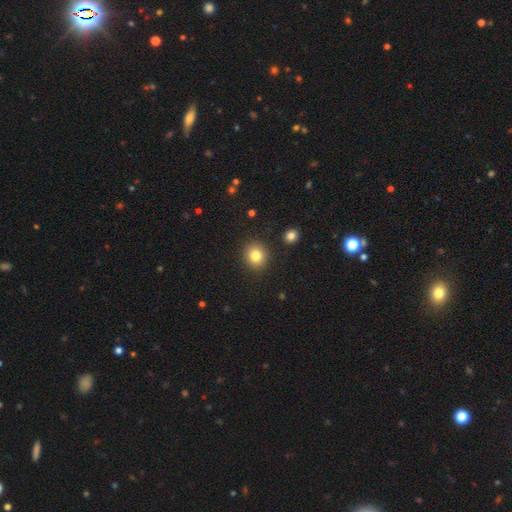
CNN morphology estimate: smooth_or_featured: smooth (p=0.82) [alt: star or artifact p=0.11]
how_rounded: round (p=0.82) [alt: in between p=0.17]
merging: none (p=0.89) [alt: minor disturbance p=0.06]